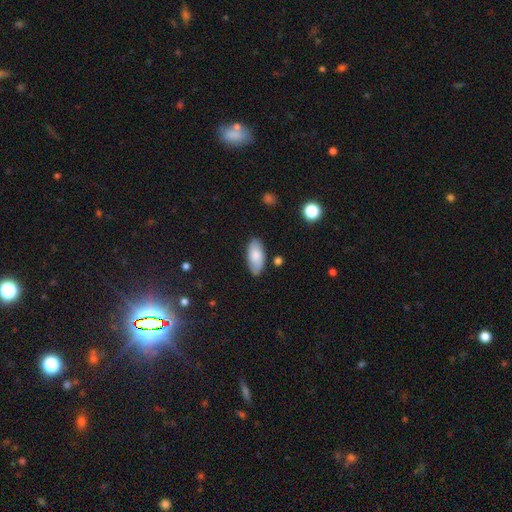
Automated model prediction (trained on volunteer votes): A smooth galaxy with no disk features (78%) that is in between round and cigar-shaped (92%). Merging: none (83%).